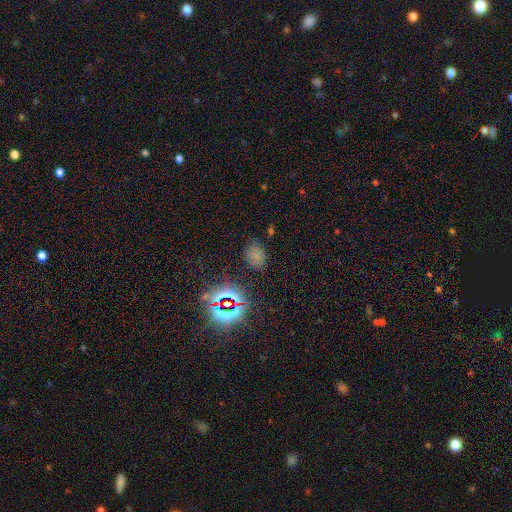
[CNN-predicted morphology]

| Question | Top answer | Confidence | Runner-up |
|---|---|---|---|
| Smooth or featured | smooth | 56% | star or artifact (35%) |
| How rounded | in between | 66% | round (32%) |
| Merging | none | 78% | minor disturbance (15%) |